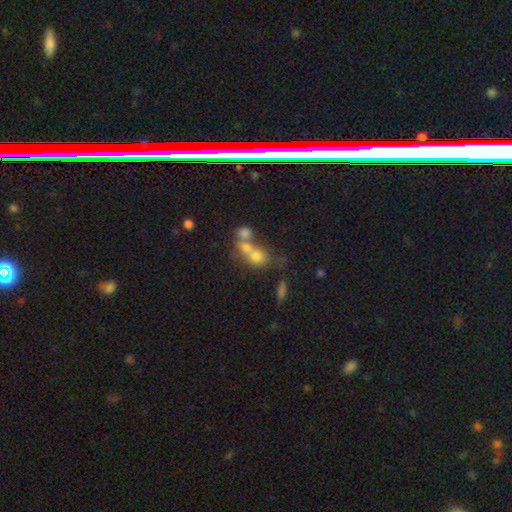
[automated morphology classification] smooth_or_featured: smooth (p=0.65) [alt: featured or disk p=0.21]
how_rounded: round (p=0.57) [alt: in between p=0.41]
merging: merger (p=0.61) [alt: none p=0.25]